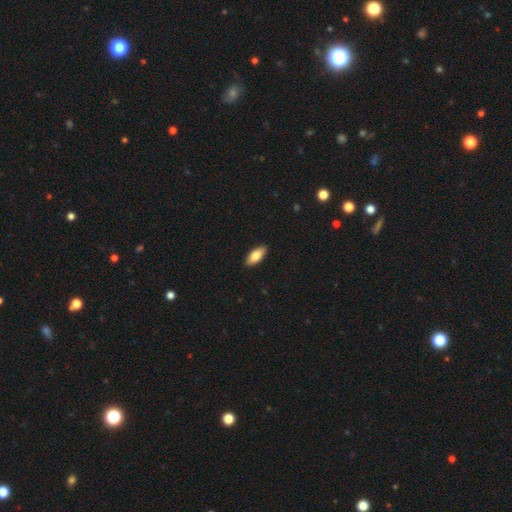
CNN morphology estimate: Smooth or featured? smooth (80%)
How rounded? in between (84%)
Merging? none (90%)